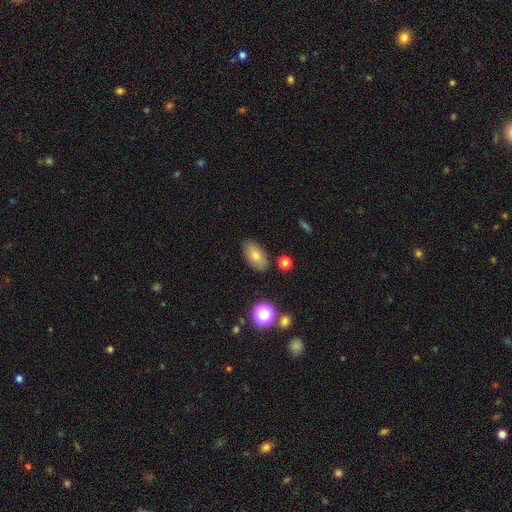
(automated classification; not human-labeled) A smooth galaxy with no disk features (78%) that is in between round and cigar-shaped (91%).

Vote fractions:
- Smooth or featured? smooth: 78% / featured or disk: 13% / star or artifact: 9%
- How rounded? in between: 91% / round: 6% / cigar-shaped: 3%
- Merging? none: 84% / minor disturbance: 11% / major disturbance: 3% / merger: 2%